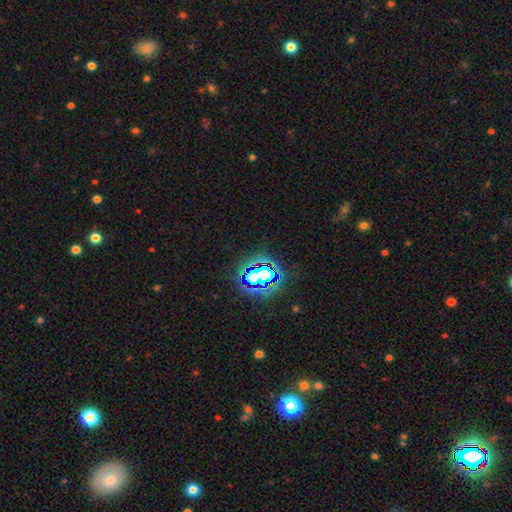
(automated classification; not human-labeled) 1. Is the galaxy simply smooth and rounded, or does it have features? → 77% star or artifact, 15% smooth, 8% featured or disk.